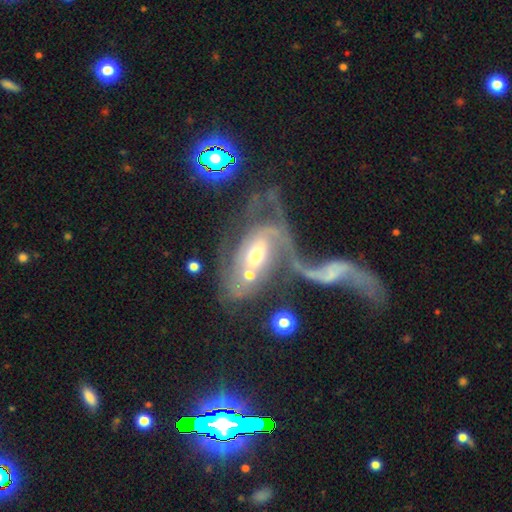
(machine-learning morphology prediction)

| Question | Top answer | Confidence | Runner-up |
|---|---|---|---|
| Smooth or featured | featured or disk | 72% | smooth (19%) |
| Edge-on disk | no | 92% | yes (8%) |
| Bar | no | 49% | weak (33%) |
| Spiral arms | yes | 71% | no (29%) |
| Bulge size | moderate | 56% | small (26%) |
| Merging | merger | 53% | major disturbance (26%) |